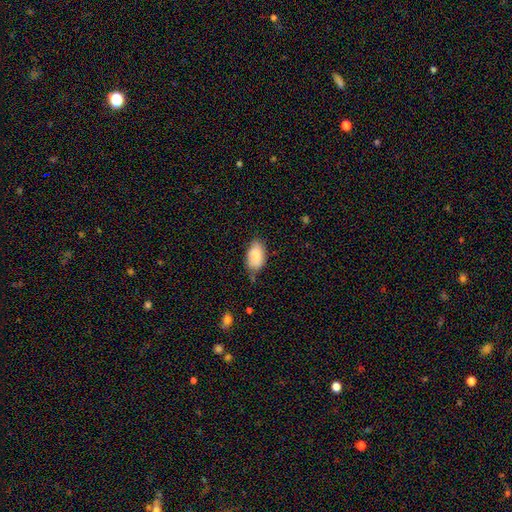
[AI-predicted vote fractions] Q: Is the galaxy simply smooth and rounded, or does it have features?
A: smooth — 85%.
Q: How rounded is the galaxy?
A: in between — 94%.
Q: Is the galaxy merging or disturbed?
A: none — 64%.